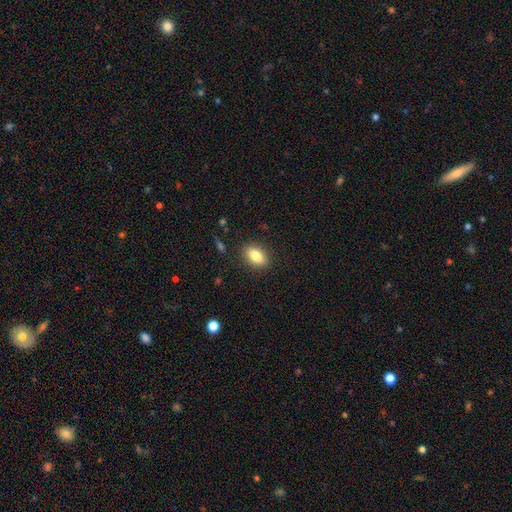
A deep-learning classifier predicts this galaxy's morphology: Smooth or featured? smooth (84%)
How rounded? in between (87%)
Merging? none (87%)